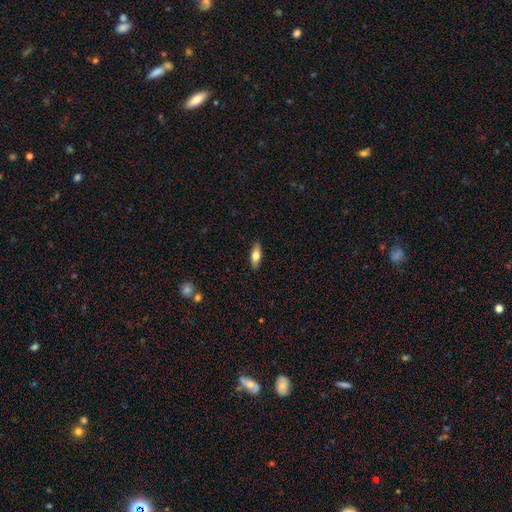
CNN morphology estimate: smooth-or-featured: smooth: 66% | featured or disk: 28% | star or artifact: 6%
  how-rounded: in between: 67% | cigar-shaped: 30% | round: 3%
  merging: none: 88% | minor disturbance: 9% | major disturbance: 2% | merger: 1%